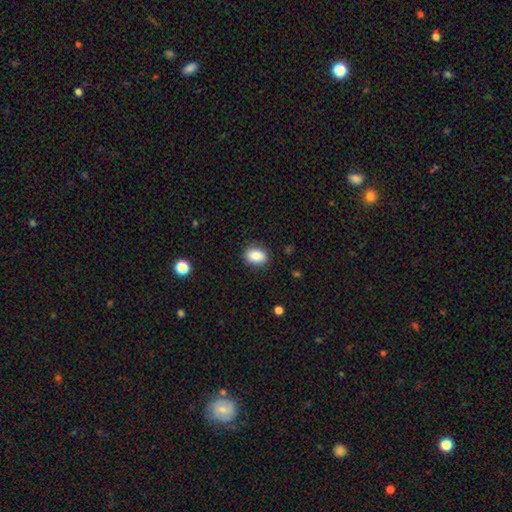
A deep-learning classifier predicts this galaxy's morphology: smooth 85%, star or artifact 8%, featured or disk 7%. Down the decision tree: how rounded — in between (71%); merging — none (86%).